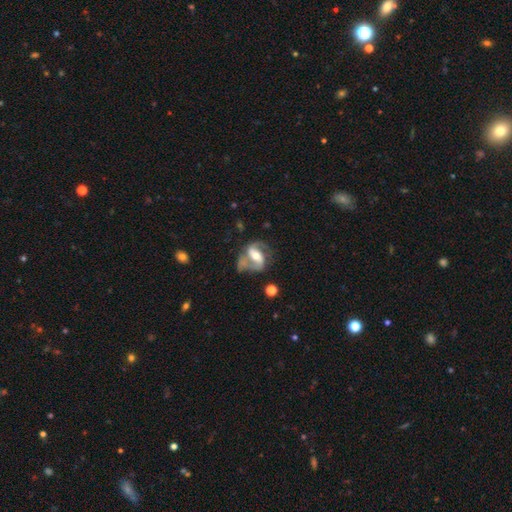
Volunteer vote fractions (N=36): Q: Smooth or featured?
A: featured or disk (86%); runner-up: smooth (14%)
Q: Edge-on disk?
A: no (84%); runner-up: yes (16%)
Q: Bar?
A: strong (42%); tied with: weak (42%)
Q: Spiral arms?
A: yes (85%); runner-up: no (15%)
Q: Spiral winding?
A: medium (64%); runner-up: loose (27%)
Q: Spiral arm count?
A: 2 (100%)
Q: Bulge size?
A: moderate (65%); runner-up: small (23%)
Q: Merging?
A: none (50%); runner-up: minor disturbance (28%)